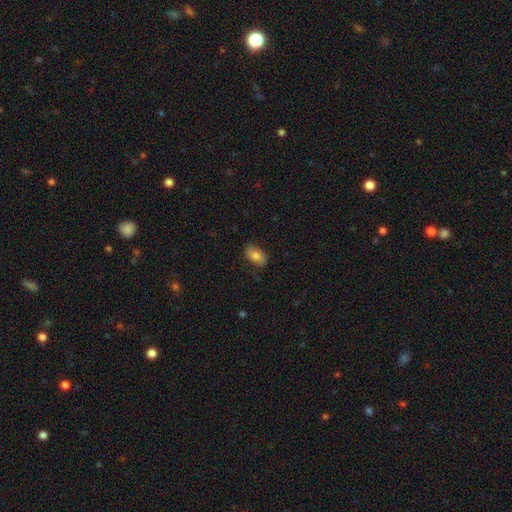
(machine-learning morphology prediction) A smooth galaxy with no disk features (77%) that is in between round and cigar-shaped (90%).

Vote fractions:
- Smooth or featured? smooth: 77% / featured or disk: 15% / star or artifact: 8%
- How rounded? in between: 90% / round: 8% / cigar-shaped: 2%
- Merging? none: 80% / minor disturbance: 16% / major disturbance: 3% / merger: 1%